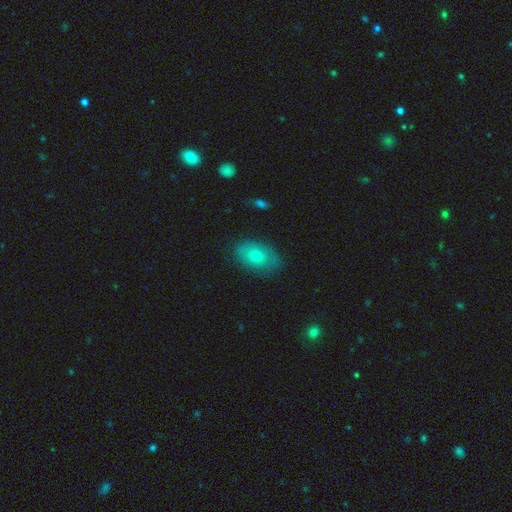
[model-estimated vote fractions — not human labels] A smooth galaxy with no disk features (68%) that is in between round and cigar-shaped (86%). Merging: none (77%).